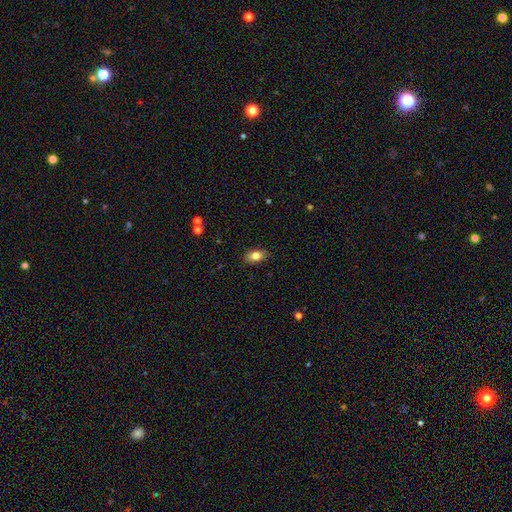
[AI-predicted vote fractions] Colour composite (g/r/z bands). It shows a smooth galaxy with no disk features (81%) that is in between round and cigar-shaped (83%). Merging: none (86%).